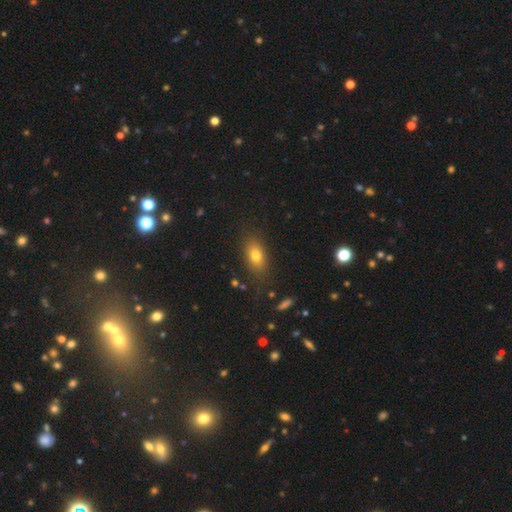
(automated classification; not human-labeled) This is likely a smooth galaxy (76%). How rounded: clearly in between (80%). Merging: clearly none (82%).